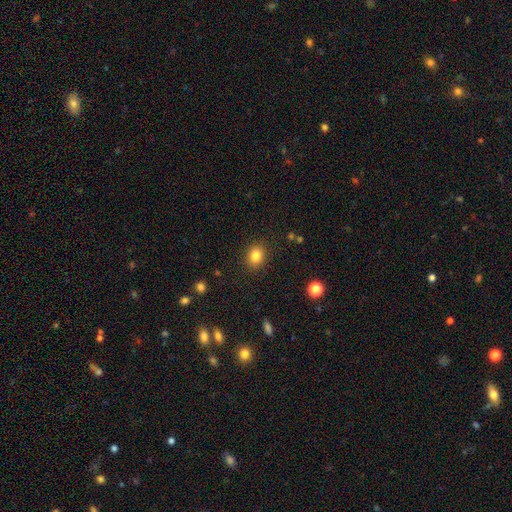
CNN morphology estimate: smooth_or_featured: smooth (p=0.83) [alt: star or artifact p=0.11]
how_rounded: round (p=0.64) [alt: in between p=0.35]
merging: none (p=0.89) [alt: minor disturbance p=0.08]